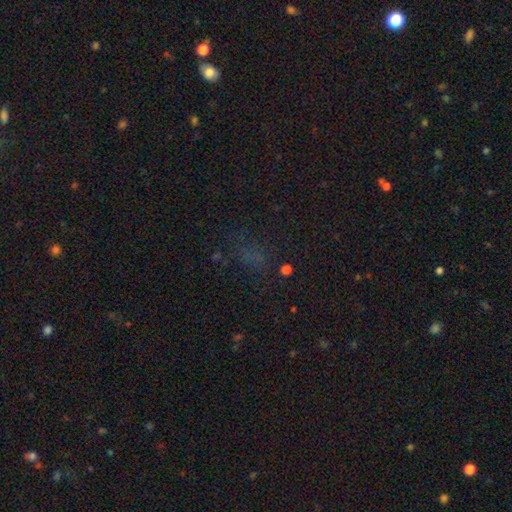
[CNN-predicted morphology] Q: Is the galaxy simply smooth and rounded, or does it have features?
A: star or artifact — 55%.